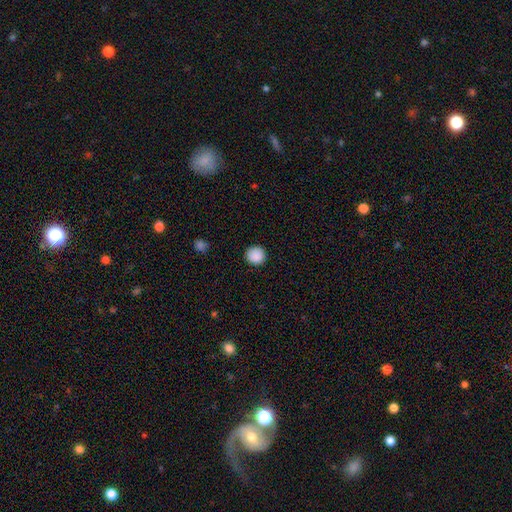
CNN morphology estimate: This appears to be a smooth galaxy with no disk features (89%) that is round (95%). Merging: none (92%).